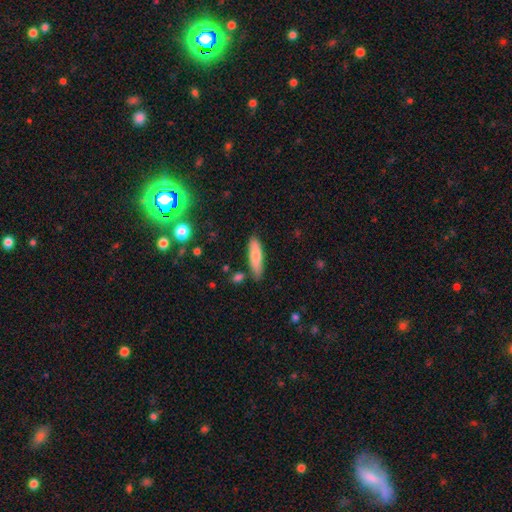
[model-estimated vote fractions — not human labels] Overall: smooth (78%). How rounded: cigar-shaped (64%; in between 34%). Merging: none (81%).